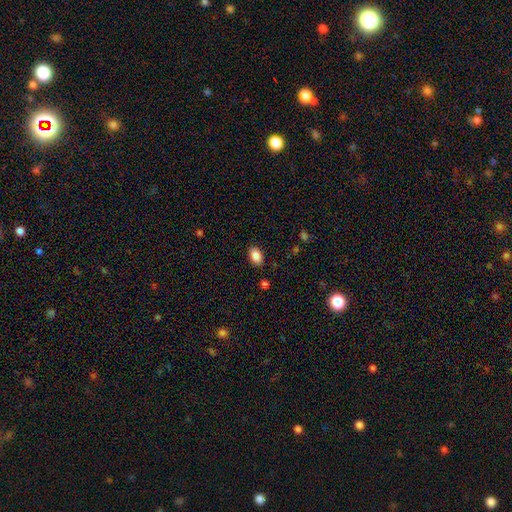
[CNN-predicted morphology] smooth 88%, star or artifact 8%, featured or disk 4%. Down the decision tree: how rounded — in between (87%); merging — none (88%).